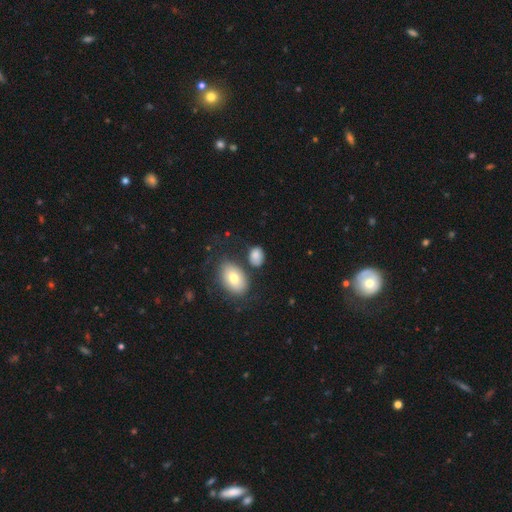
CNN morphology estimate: type=smooth (82%); roundness=in between (70%); merging=none (64%).